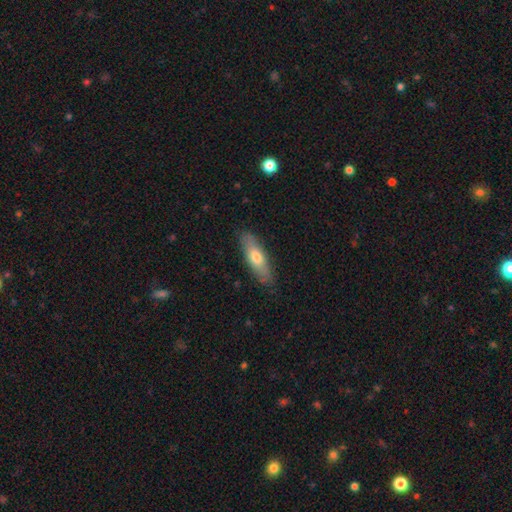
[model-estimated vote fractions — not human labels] Smooth or featured? Predicted: smooth (p=0.58). How rounded? Predicted: cigar-shaped (p=0.60). Merging? Predicted: none (p=0.87).